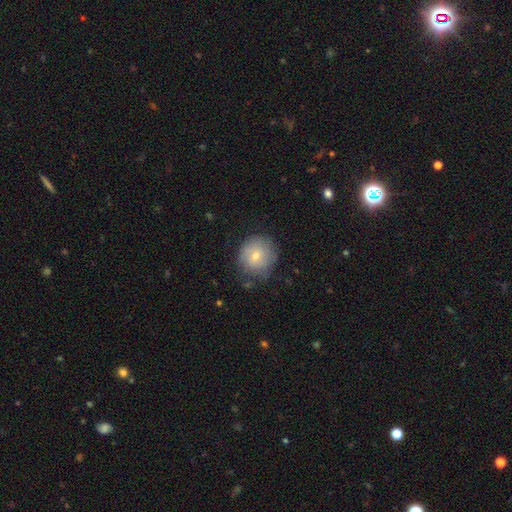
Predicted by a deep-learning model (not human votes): The model was most divided on "smooth or featured": smooth: 72%, featured or disk: 21%, star or artifact: 8%. More confident: how rounded — round (89%); merging — none (71%).